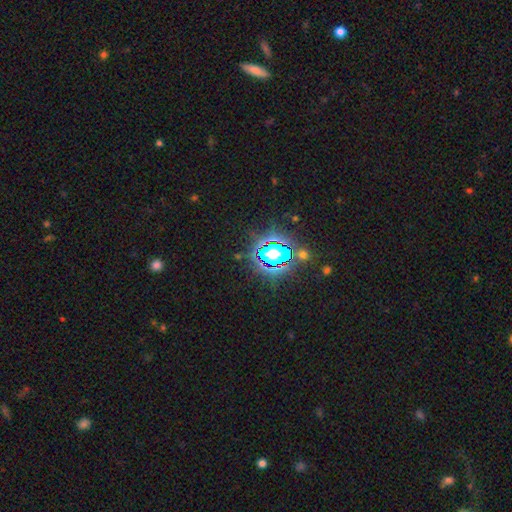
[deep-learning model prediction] Smooth or featured? Predicted: star or artifact (p=0.77).